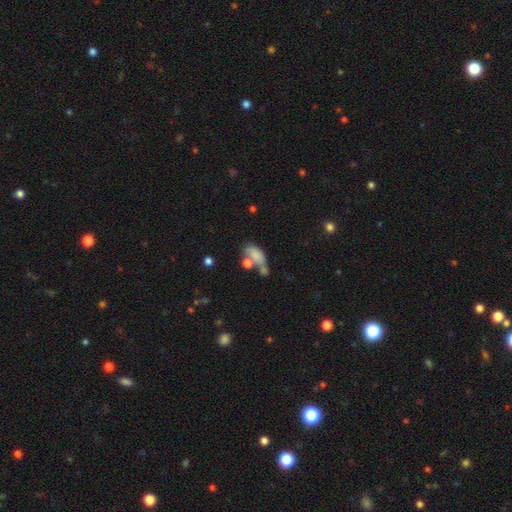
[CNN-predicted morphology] The model was most divided on "merging": merger: 39%, none: 25%, major disturbance: 18%, minor disturbance: 18%. More confident: how rounded — in between (84%); smooth or featured — smooth (69%).